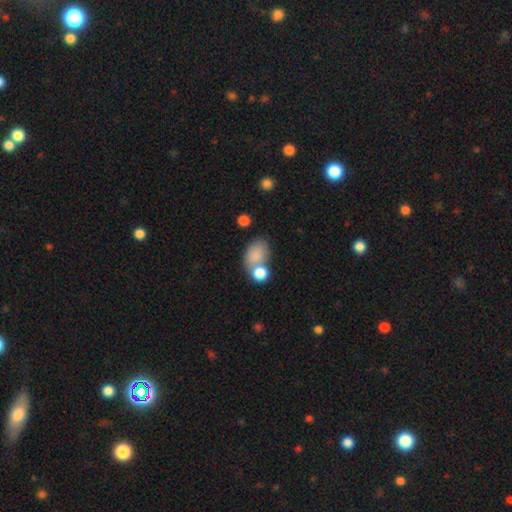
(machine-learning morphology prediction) A smooth galaxy with no disk features (82%) that is in between round and cigar-shaped (75%).

Vote fractions:
- Smooth or featured? smooth: 82% / featured or disk: 9% / star or artifact: 9%
- How rounded? in between: 75% / round: 23% / cigar-shaped: 1%
- Merging? none: 40% / merger: 37% / minor disturbance: 16% / major disturbance: 8%